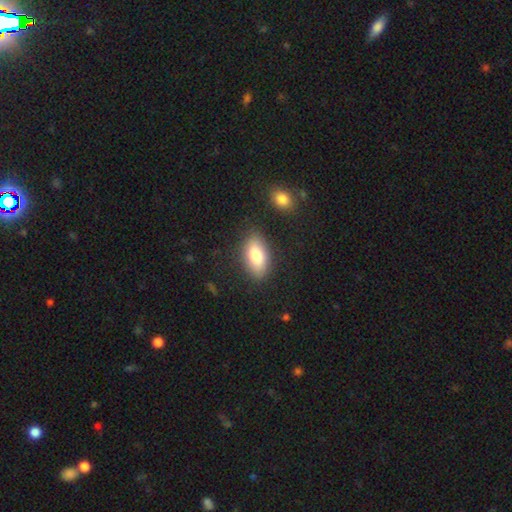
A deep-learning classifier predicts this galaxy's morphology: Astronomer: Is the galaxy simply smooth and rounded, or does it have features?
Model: smooth — 80%.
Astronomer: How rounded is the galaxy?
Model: in between — 91%.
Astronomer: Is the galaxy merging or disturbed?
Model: none — 83%.